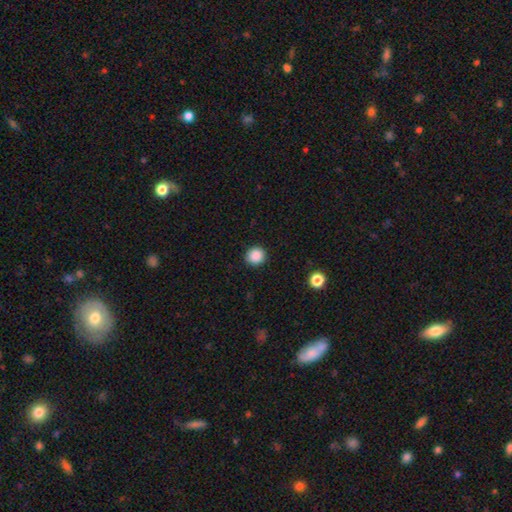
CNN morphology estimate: Smooth or featured? smooth (88%)
How rounded? round (91%)
Merging? none (92%)